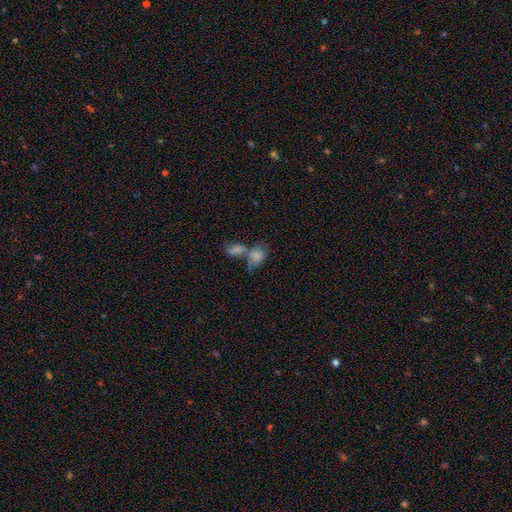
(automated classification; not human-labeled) This is likely a smooth galaxy (74%). How rounded: clearly in between (83%). Merging: likely merger (62%).